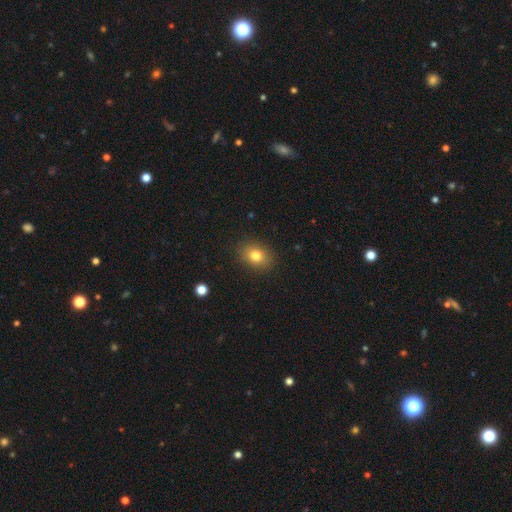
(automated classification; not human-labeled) Q: Smooth or featured?
A: smooth (80%); runner-up: star or artifact (11%)
Q: How rounded?
A: in between (61%); runner-up: round (38%)
Q: Merging?
A: none (87%); runner-up: minor disturbance (9%)